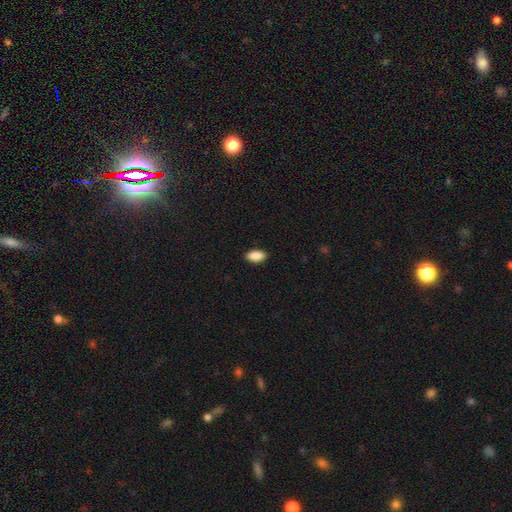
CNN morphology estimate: This appears to be a smooth galaxy with no disk features (90%) that is in between round and cigar-shaped (92%). Merging: none (90%).